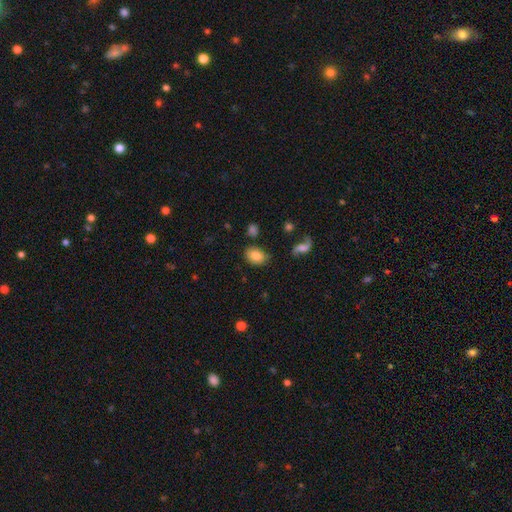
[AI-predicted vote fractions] This appears to be a smooth galaxy with no disk features (81%) that is in between round and cigar-shaped (78%). Merging: none (78%).